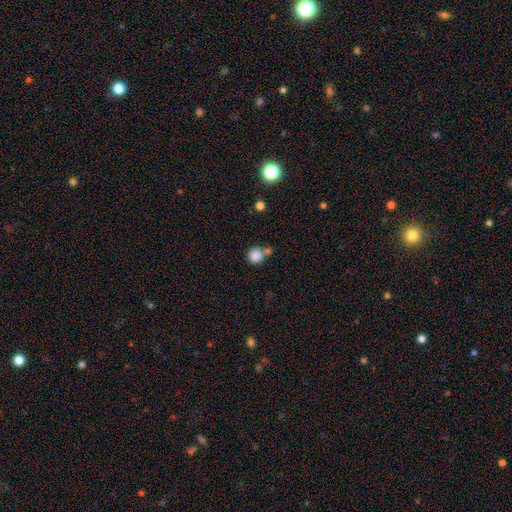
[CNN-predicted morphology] smooth_or_featured: smooth (p=0.85) [alt: star or artifact p=0.10]
how_rounded: round (p=0.92) [alt: in between p=0.07]
merging: none (p=0.58) [alt: merger p=0.26]